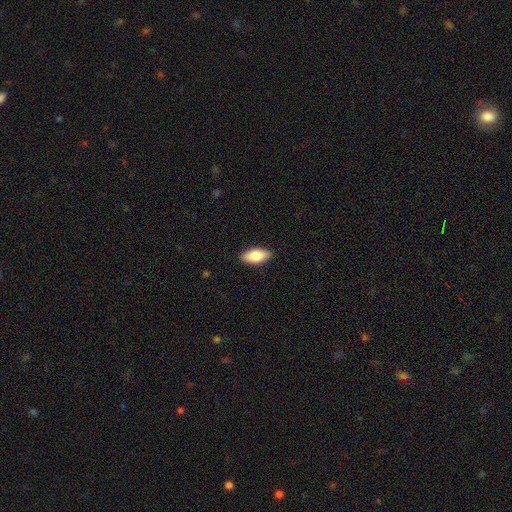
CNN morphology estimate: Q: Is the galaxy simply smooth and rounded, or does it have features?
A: smooth — 81%.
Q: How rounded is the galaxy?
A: in between — 86%.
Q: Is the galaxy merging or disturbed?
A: none — 89%.